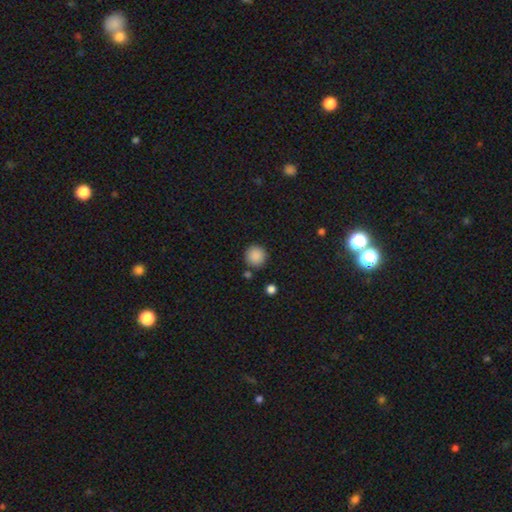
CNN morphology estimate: This is clearly a smooth galaxy (88%). How rounded: clearly round (95%). Merging: clearly none (87%).